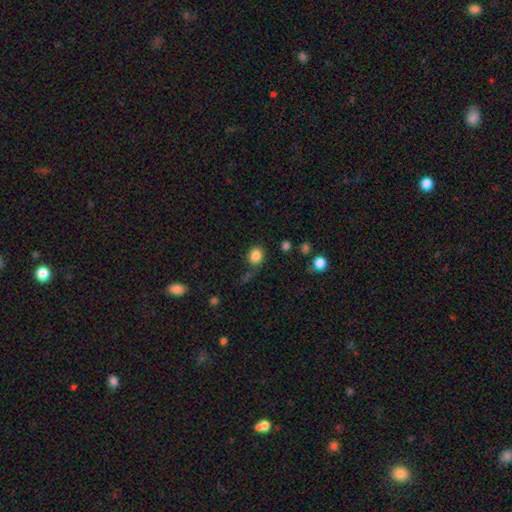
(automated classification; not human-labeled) A smooth galaxy with no disk features (85%) that is round (68%). Merging: none (74%).